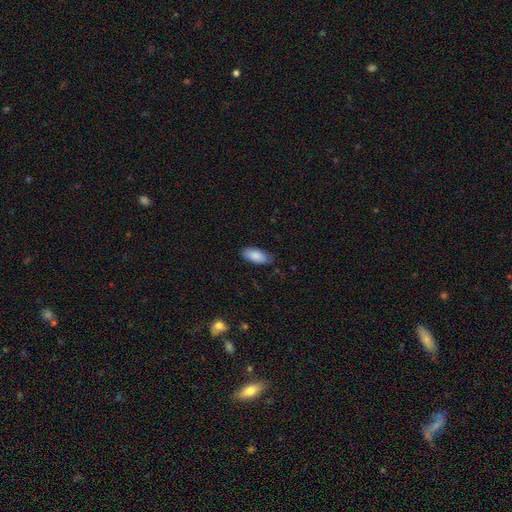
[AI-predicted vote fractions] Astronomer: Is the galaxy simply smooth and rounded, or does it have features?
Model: smooth — 87%.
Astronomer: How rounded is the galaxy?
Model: in between — 89%.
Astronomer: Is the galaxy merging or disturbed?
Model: none — 79%.